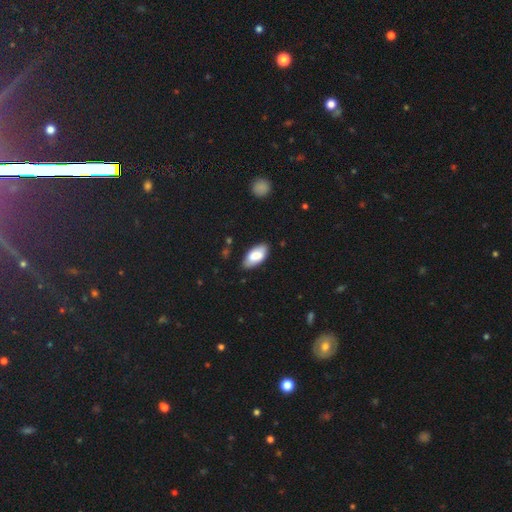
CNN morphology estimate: The model was most divided on "merging": none: 81%, minor disturbance: 15%, major disturbance: 3%, merger: 1%. More confident: how rounded — in between (93%); smooth or featured — smooth (81%).